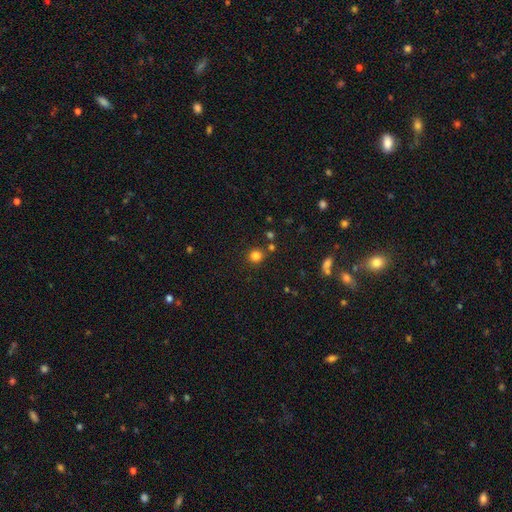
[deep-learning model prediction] Smooth or featured? Predicted: smooth (p=0.81). How rounded? Predicted: round (p=0.92). Merging? Predicted: none (p=0.83).